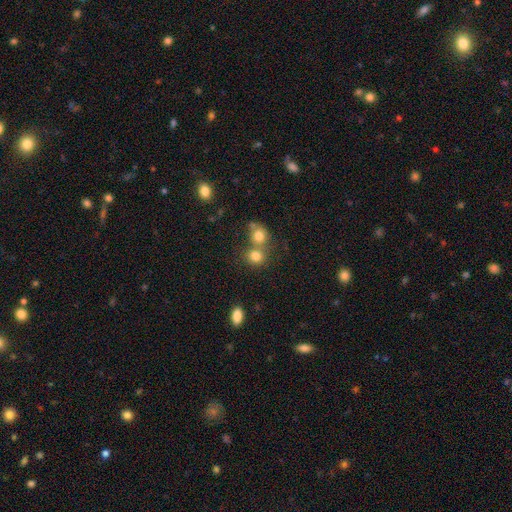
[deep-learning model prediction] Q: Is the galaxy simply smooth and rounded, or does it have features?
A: smooth — 80%.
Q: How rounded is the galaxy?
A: round — 77%.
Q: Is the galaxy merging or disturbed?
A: none — 45%.